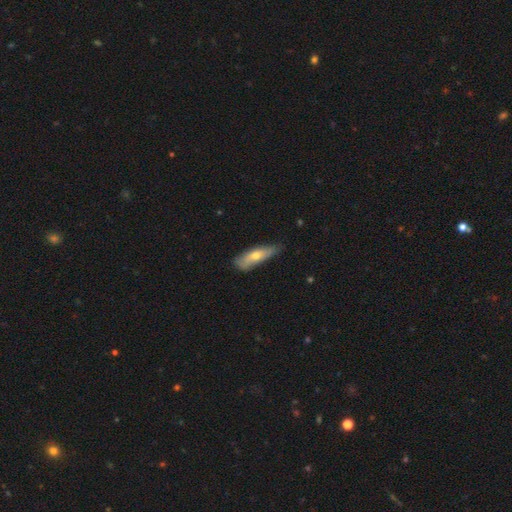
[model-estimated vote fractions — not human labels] A smooth galaxy with no disk features (60%) that is cigar-shaped (52%). Merging: none (58%).